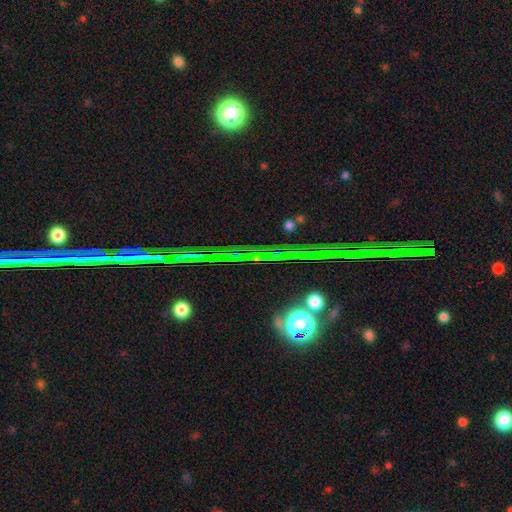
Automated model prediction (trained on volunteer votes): Smooth or featured? star or artifact (76%)